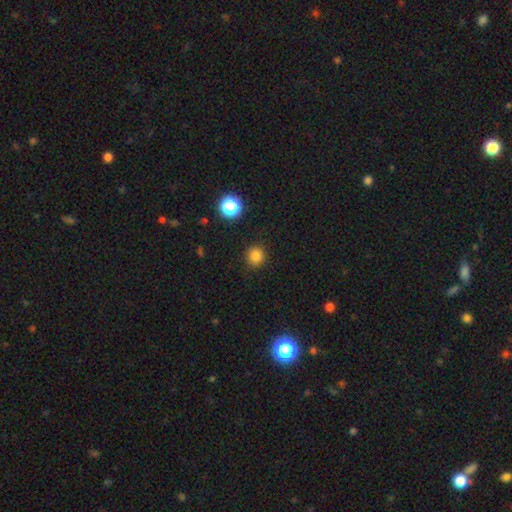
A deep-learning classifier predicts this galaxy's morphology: Smooth or featured: smooth — 82% (star or artifact — 14%)
How rounded: round — 91% (in between — 8%)
Merging: none — 90% (minor disturbance — 7%)